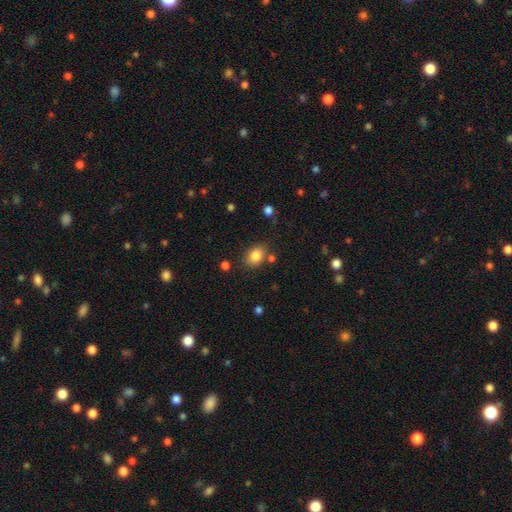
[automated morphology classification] This appears to be a smooth galaxy with no disk features (83%) that is in between round and cigar-shaped (65%). Merging: none (77%).